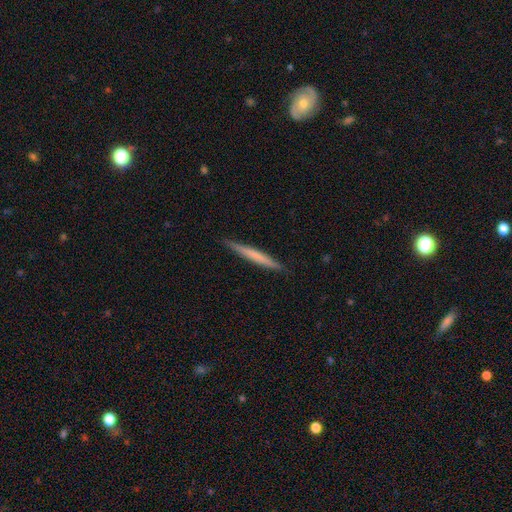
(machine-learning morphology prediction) Smooth or featured?
  - smooth: 59% *
  - featured or disk: 36%
  - star or artifact: 5%
How rounded?
  - cigar-shaped: 97% *
  - in between: 2%
  - round: 1%
Merging?
  - none: 90% *
  - minor disturbance: 8%
  - major disturbance: 1%
  - merger: 1%